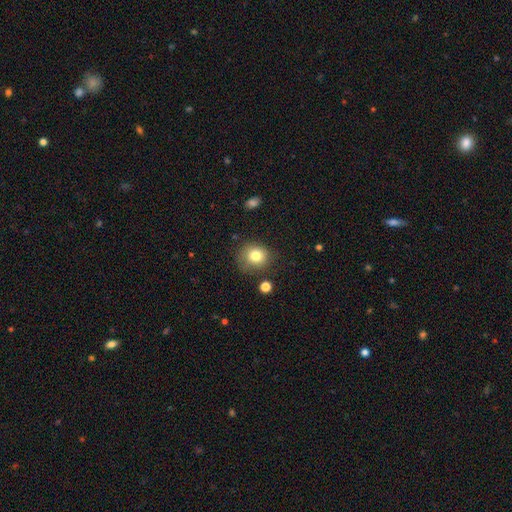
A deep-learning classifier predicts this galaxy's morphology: type=smooth (81%); roundness=round (78%); merging=none (72%).